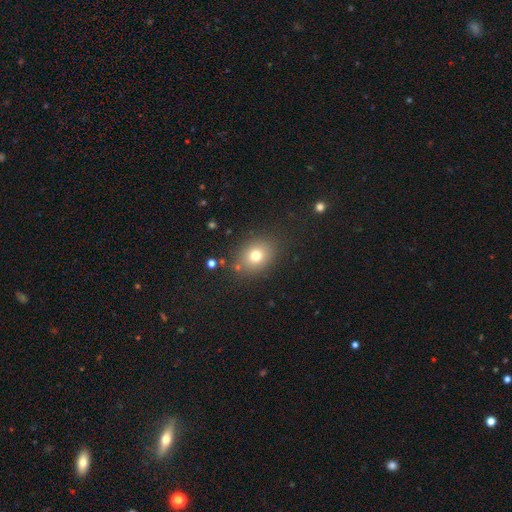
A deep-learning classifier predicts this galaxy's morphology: This appears to be a smooth galaxy with no disk features (75%) that is in between round and cigar-shaped (50%). Merging: none (83%).